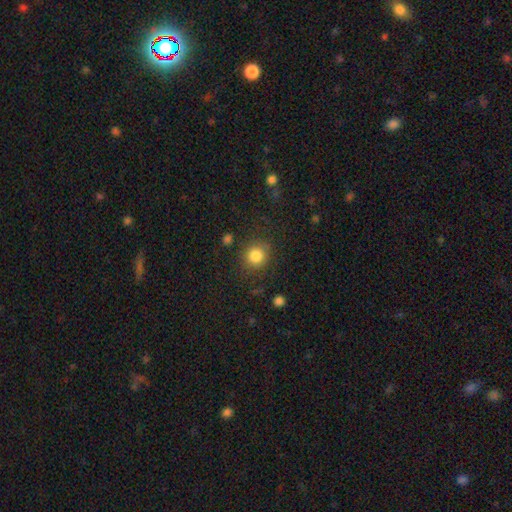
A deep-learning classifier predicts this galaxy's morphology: Smooth or featured: smooth — 83% (star or artifact — 11%)
How rounded: round — 87% (in between — 12%)
Merging: none — 83% (minor disturbance — 10%)